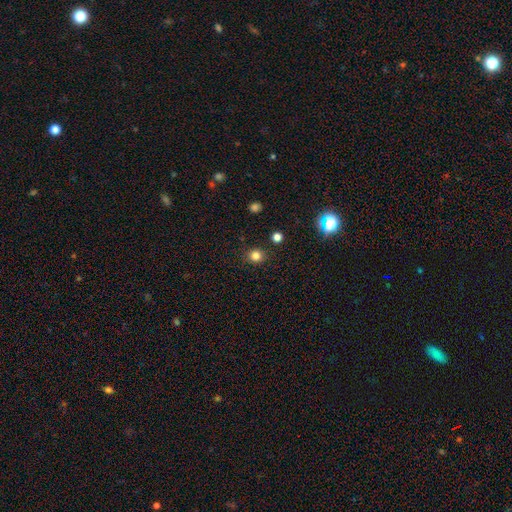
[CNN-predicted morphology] Smooth or featured? smooth (81%)
How rounded? round (84%)
Merging? none (88%)